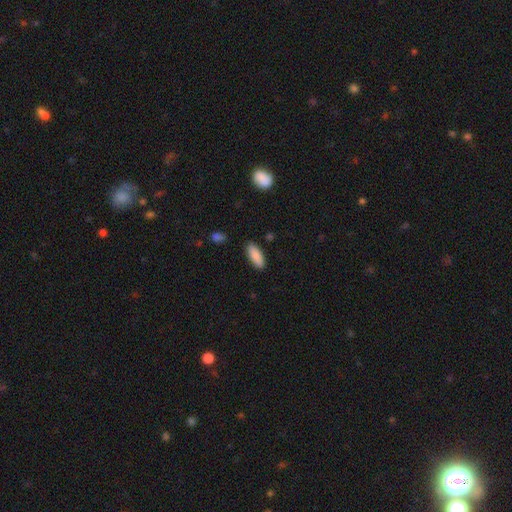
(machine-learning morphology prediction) Smooth or featured? Predicted: smooth (p=0.88). How rounded? Predicted: in between (p=0.71). Merging? Predicted: none (p=0.87).